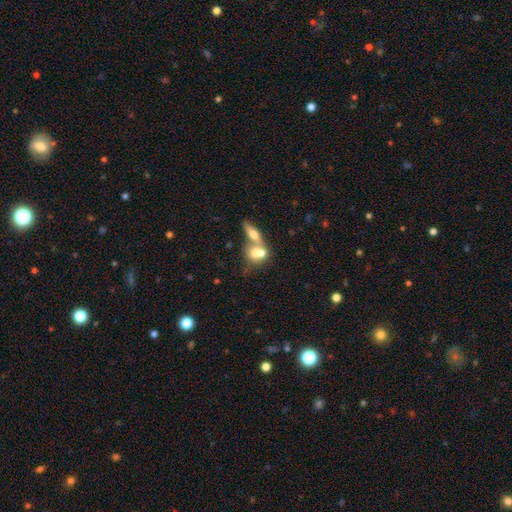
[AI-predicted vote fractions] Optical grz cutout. It shows a smooth galaxy with no disk features (58%) that is in between round and cigar-shaped (62%). Merging: merger (60%).